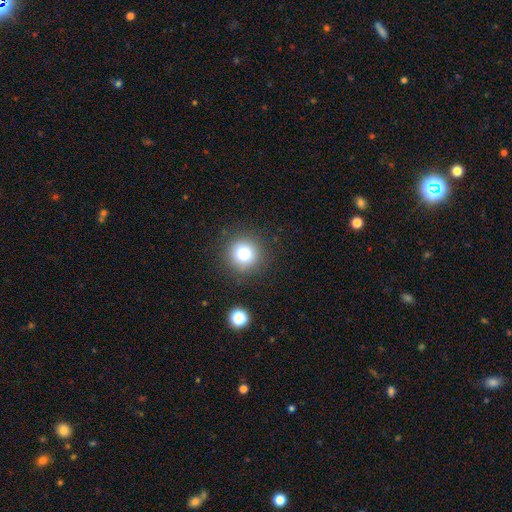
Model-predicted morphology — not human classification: A smooth galaxy with no disk features (79%) that is round (94%). Merging: none (90%).